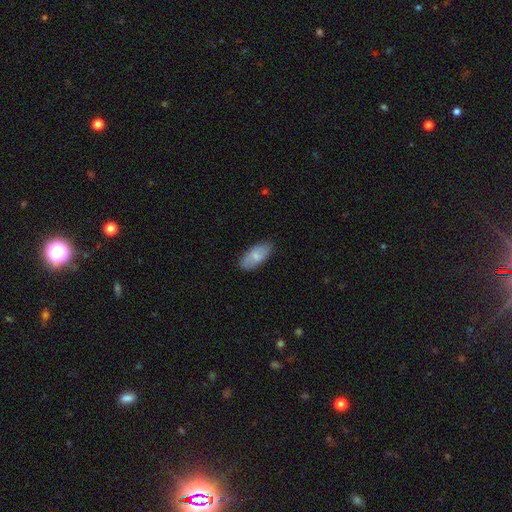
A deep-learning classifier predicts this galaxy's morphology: type=smooth (76%); roundness=in between (90%); merging=none (83%).